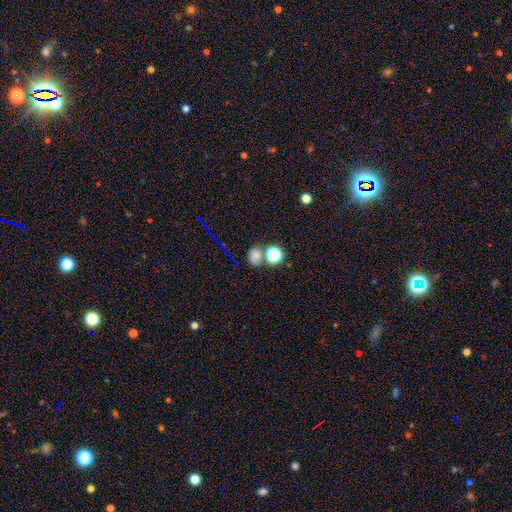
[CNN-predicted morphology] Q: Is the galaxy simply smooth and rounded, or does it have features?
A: smooth — 62%.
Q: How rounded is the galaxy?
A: round — 66%.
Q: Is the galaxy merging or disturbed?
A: none — 52%.